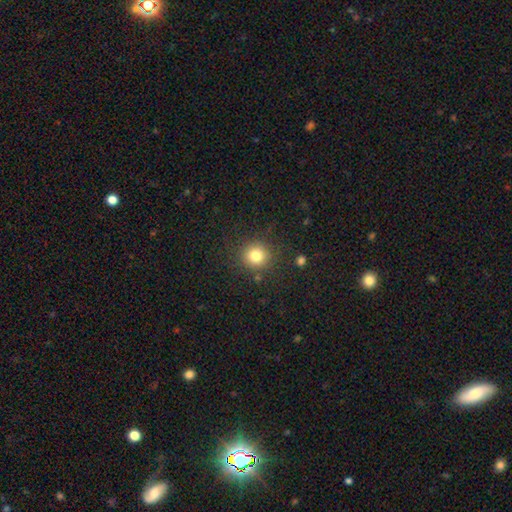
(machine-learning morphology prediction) Overall: smooth (79%). How rounded: round (92%). Merging: none (87%).